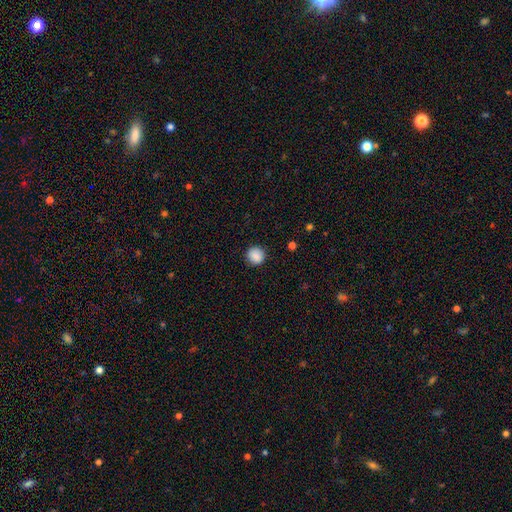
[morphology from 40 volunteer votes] smooth 90%, featured or disk 5%, star or artifact 5%. Down the decision tree: how rounded — round (97%); merging — none (87%).